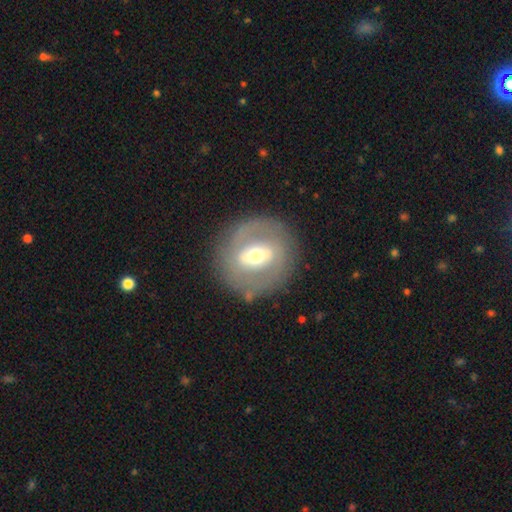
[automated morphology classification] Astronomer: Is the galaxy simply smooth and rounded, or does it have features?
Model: featured or disk — 62%.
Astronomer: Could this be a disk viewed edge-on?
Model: no — 94%.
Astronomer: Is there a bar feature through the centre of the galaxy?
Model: weak — 40% (runner-up: strong, 37%).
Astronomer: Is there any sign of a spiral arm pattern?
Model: no — 58% (runner-up: yes, 42%).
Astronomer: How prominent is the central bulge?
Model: moderate — 65%.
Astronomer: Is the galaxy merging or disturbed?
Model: none — 82%.